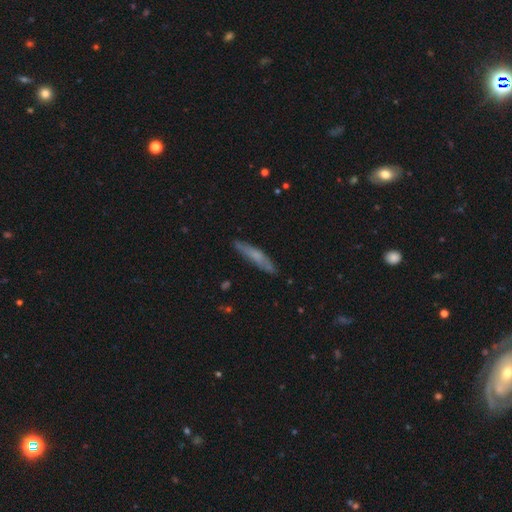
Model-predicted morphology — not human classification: A smooth galaxy with no disk features (56%) that is cigar-shaped (88%). Merging: none (81%).